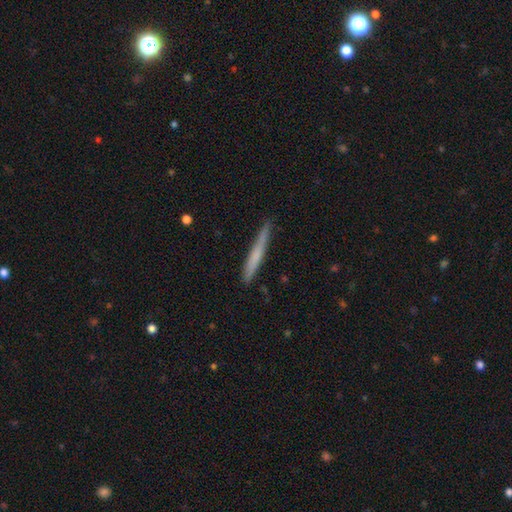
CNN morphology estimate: Smooth or featured? smooth (58%)
How rounded? cigar-shaped (97%)
Merging? none (86%)